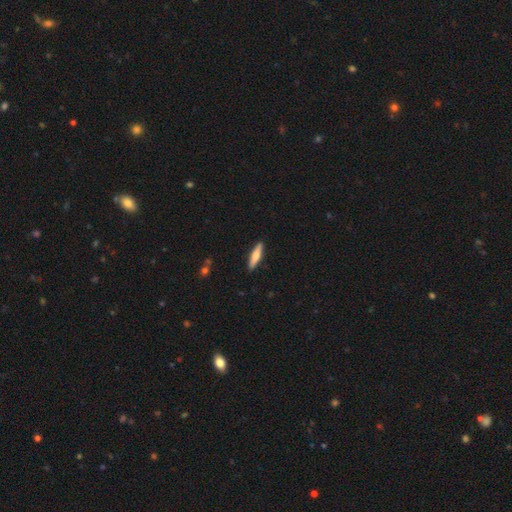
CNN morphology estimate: This appears to be a smooth galaxy with no disk features (64%) that is cigar-shaped (80%). Merging: none (90%).